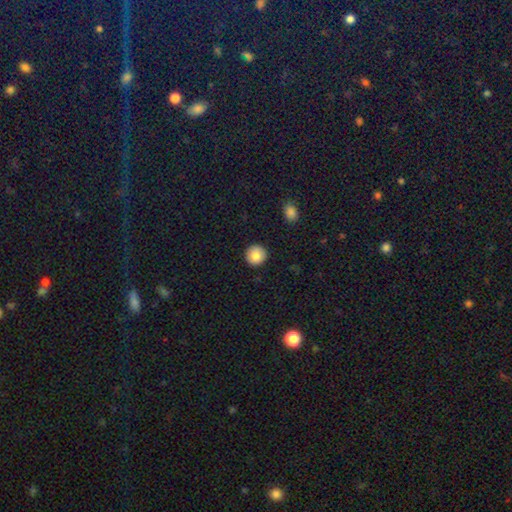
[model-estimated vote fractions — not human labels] smooth 86%, star or artifact 8%, featured or disk 7%. Down the decision tree: how rounded — round (94%); merging — none (92%).